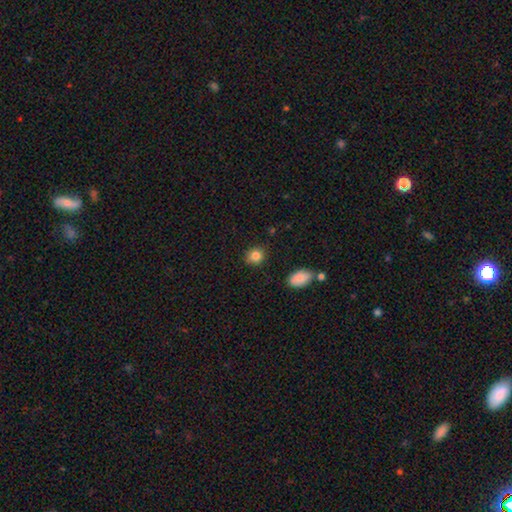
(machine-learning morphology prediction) This appears to be a smooth galaxy with no disk features (84%) that is round (73%). Merging: none (82%).